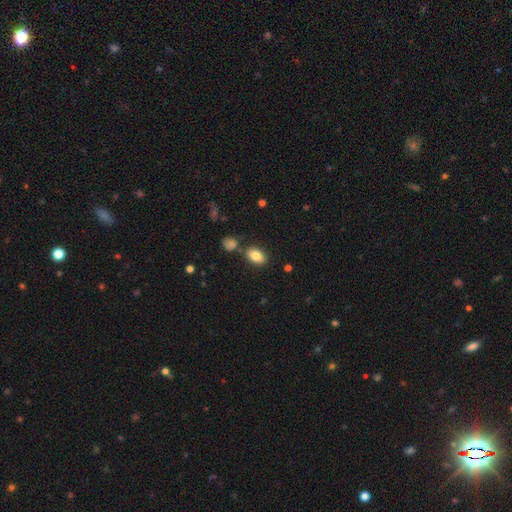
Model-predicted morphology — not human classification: type=smooth (82%); roundness=in between (88%); merging=none (78%).